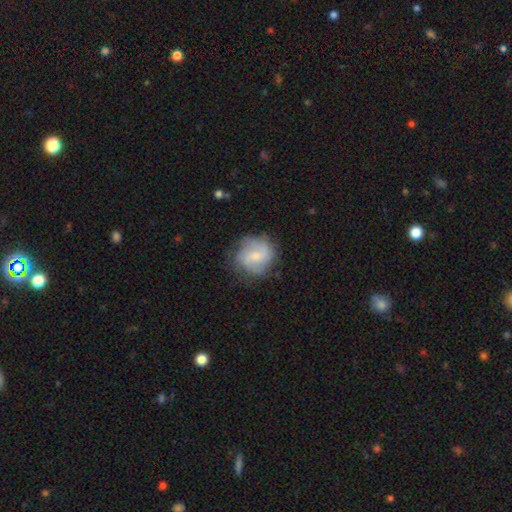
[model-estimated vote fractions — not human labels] A featured or disk galaxy (67%) with no bar (47%), 2 (46%) medium (46%) spiral arms (91%) and a small central bulge (61%).

Vote fractions:
- Smooth or featured? featured or disk: 67% / smooth: 27% / star or artifact: 6%
- Edge-on disk? no: 98% / yes: 2%
- Bar? no: 47% / weak: 45% / strong: 8%
- Spiral arms? yes: 91% / no: 9%
- Spiral winding? medium: 46% / tight: 31% / loose: 23%
- Spiral arm count? 2: 46% / can't tell: 23% / 3: 18% / 4: 5% / 1: 4% / more than 4: 4%
- Bulge size? small: 61% / moderate: 31% / none: 5% / large: 2% / dominant: 1%
- Merging? none: 73% / minor disturbance: 18% / major disturbance: 7% / merger: 1%